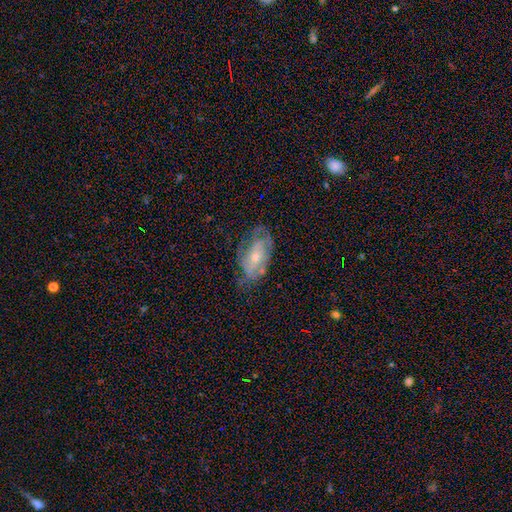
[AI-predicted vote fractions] This is likely a featured or disk galaxy (69%). It is clearly not viewed edge-on (91%). Bar: likely no (69%). Spiral arm pattern: likely yes (79%). Central bulge: possibly small (51%). Merging: likely none (64%).